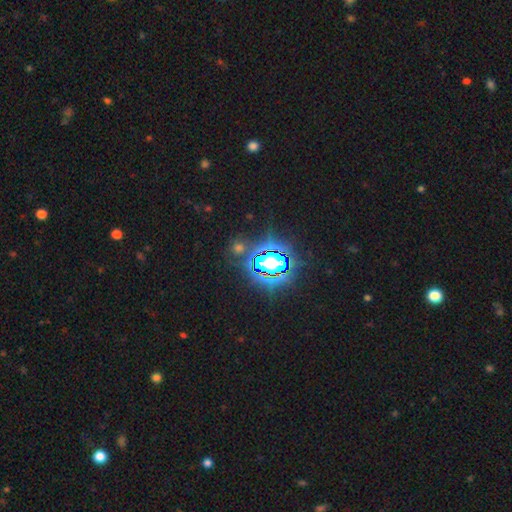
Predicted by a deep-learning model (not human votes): smooth-or-featured: star or artifact: 85% | smooth: 9% | featured or disk: 6%